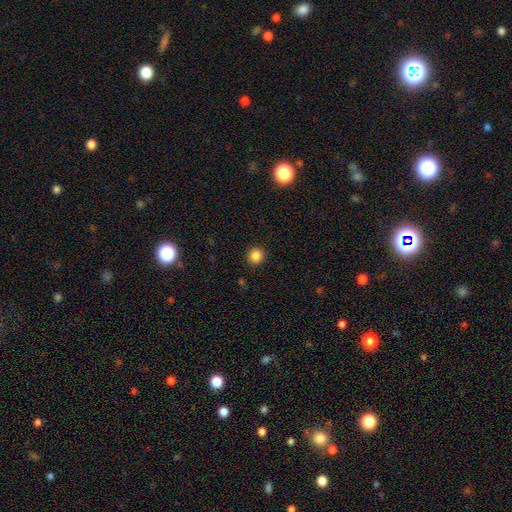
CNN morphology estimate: Smooth or featured?
  - smooth: 85% *
  - star or artifact: 11%
  - featured or disk: 4%
How rounded?
  - round: 90% *
  - in between: 9%
  - cigar-shaped: 1%
Merging?
  - none: 91% *
  - minor disturbance: 6%
  - major disturbance: 2%
  - merger: 1%